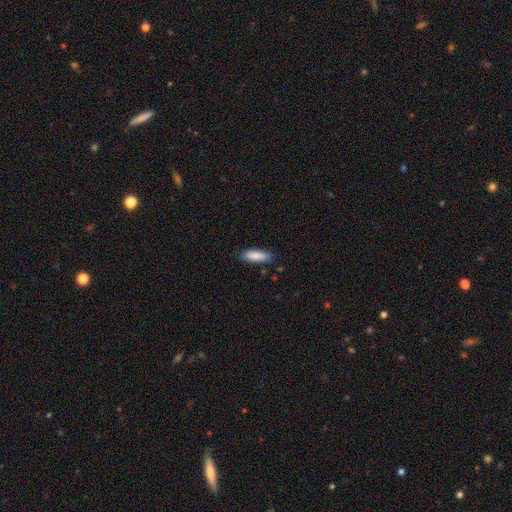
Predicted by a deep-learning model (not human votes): This is clearly a smooth galaxy (88%). How rounded: possibly in between (53%). Merging: clearly none (84%).